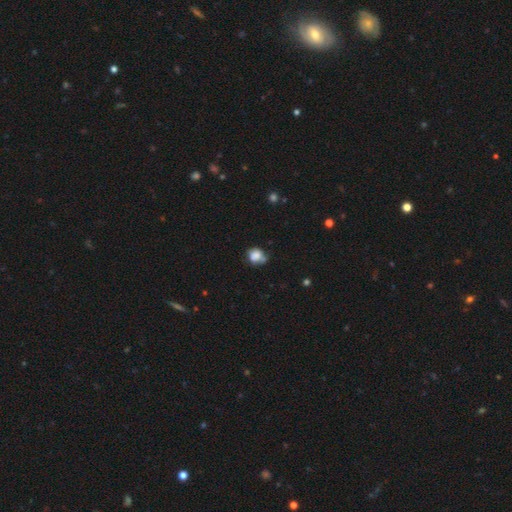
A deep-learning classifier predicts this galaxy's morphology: smooth_or_featured: smooth (p=0.78) [alt: featured or disk p=0.11]
how_rounded: round (p=0.71) [alt: in between p=0.28]
merging: none (p=0.44) [alt: minor disturbance p=0.30]